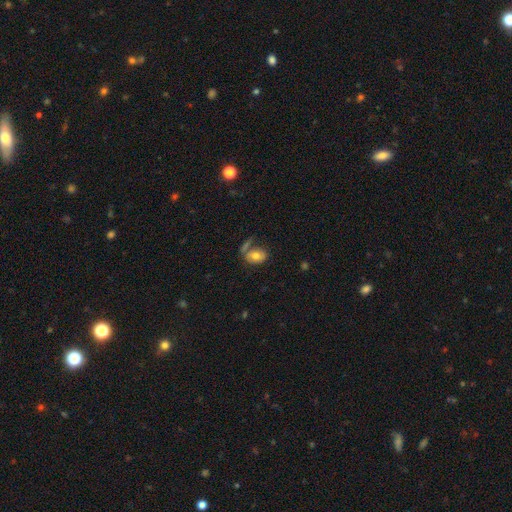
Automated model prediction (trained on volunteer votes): Smooth or featured? smooth (66%)
How rounded? in between (77%)
Merging? none (47%)